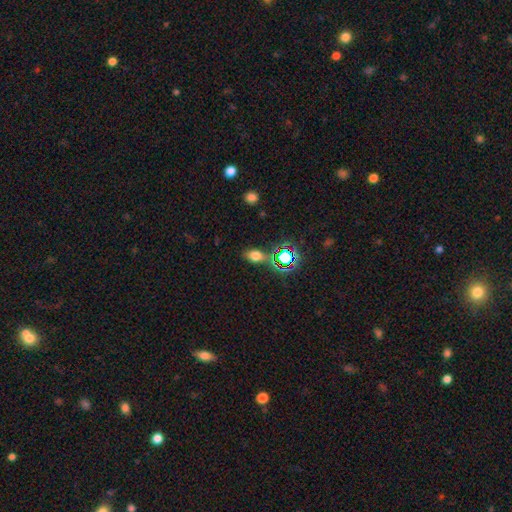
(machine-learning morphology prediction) This is likely a smooth galaxy (64%). How rounded: likely in between (75%). Merging: likely none (70%).